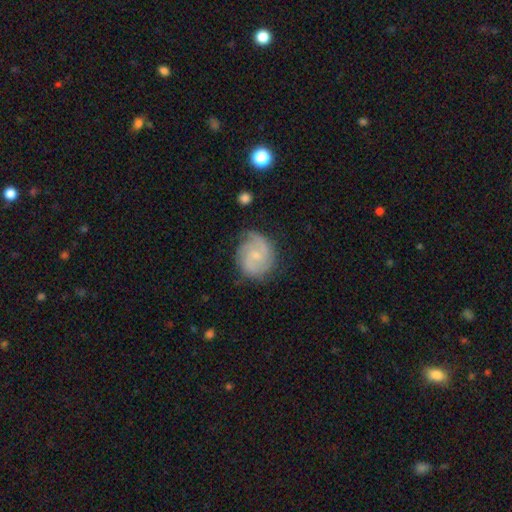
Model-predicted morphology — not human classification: type=featured or disk (72%); edge-on=no (98%); bar=no (60%); spiral arms=yes (94%); winding=medium (44%); arm count=2 (60%); bulge=small (67%); merging=none (68%).